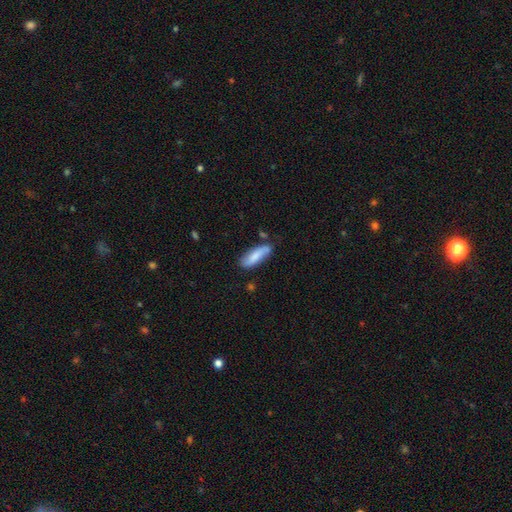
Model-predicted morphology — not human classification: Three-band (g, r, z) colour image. It shows a smooth galaxy with no disk features (70%) that is in between round and cigar-shaped (52%). Merging: none (70%).